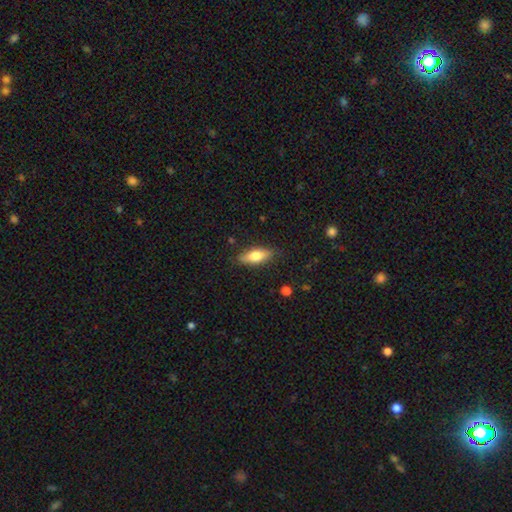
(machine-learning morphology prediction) Smooth or featured: smooth — 68% (featured or disk — 26%)
How rounded: in between — 65% (cigar-shaped — 32%)
Merging: none — 84% (minor disturbance — 12%)